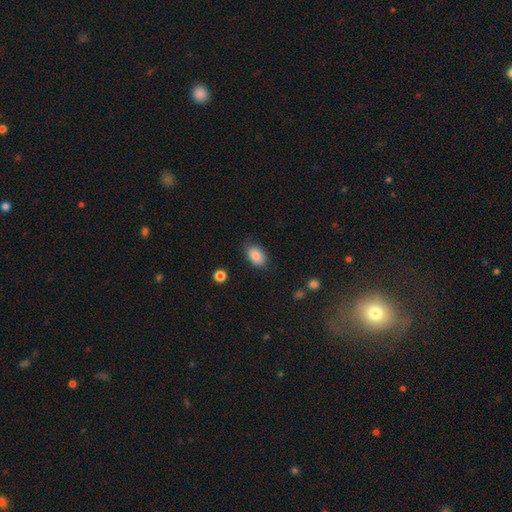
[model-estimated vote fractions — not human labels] smooth_or_featured: smooth (p=0.87) [alt: star or artifact p=0.08]
how_rounded: in between (p=0.89) [alt: round p=0.09]
merging: none (p=0.80) [alt: minor disturbance p=0.15]